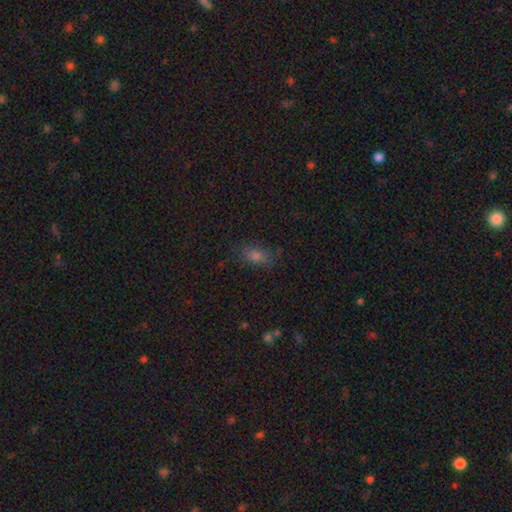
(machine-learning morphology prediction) Smooth or featured? Predicted: smooth (p=0.72). How rounded? Predicted: in between (p=0.81). Merging? Predicted: none (p=0.79).